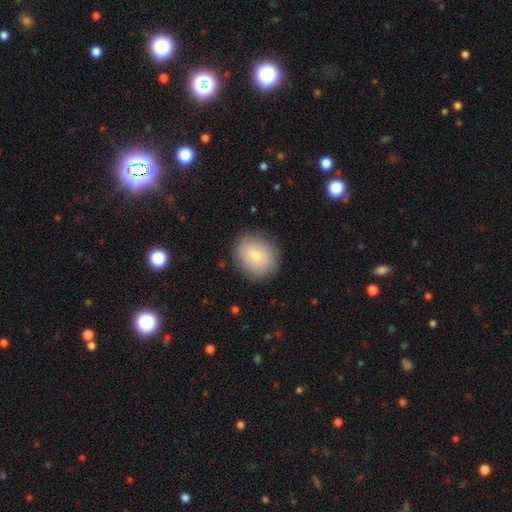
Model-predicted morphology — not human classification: smooth_or_featured: smooth (p=0.71) [alt: featured or disk p=0.21]
how_rounded: round (p=0.63) [alt: in between p=0.36]
merging: none (p=0.84) [alt: minor disturbance p=0.12]